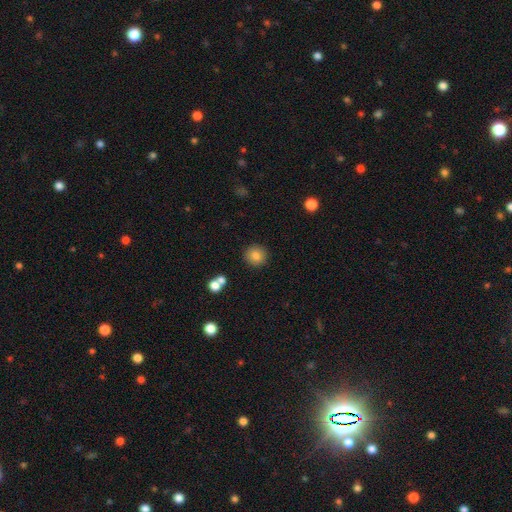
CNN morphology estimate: Smooth or featured? smooth (81%)
How rounded? round (93%)
Merging? none (88%)